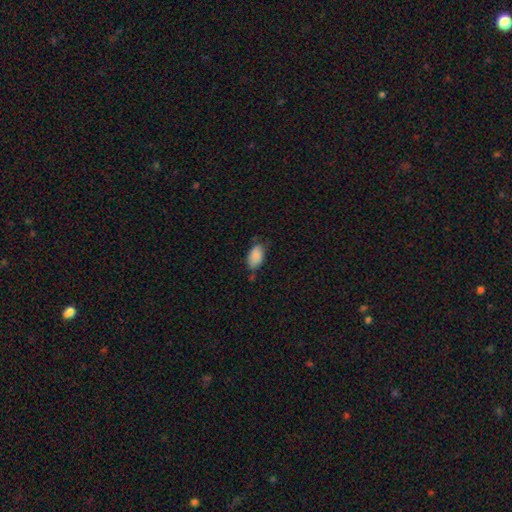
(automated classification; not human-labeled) Overall: smooth (88%). How rounded: in between (94%). Merging: none (66%; minor disturbance 26%).